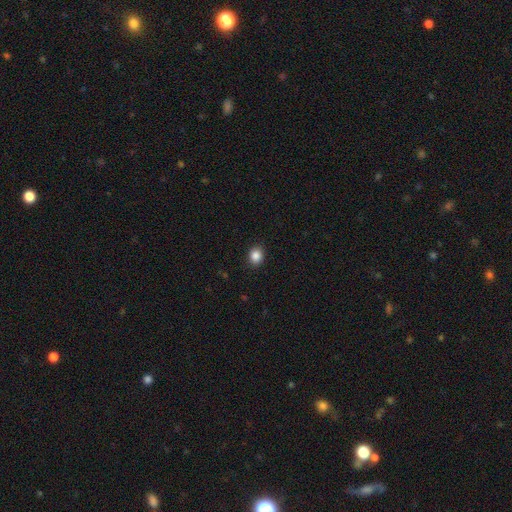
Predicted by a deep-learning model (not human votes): Smooth or featured: smooth — 86% (star or artifact — 10%)
How rounded: round — 65% (in between — 34%)
Merging: none — 90% (minor disturbance — 7%)